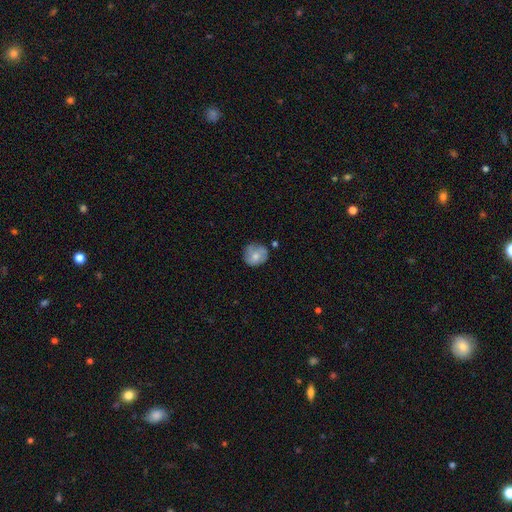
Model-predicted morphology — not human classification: smooth-or-featured: smooth: 59% | featured or disk: 33% | star or artifact: 8%
  how-rounded: round: 80% | in between: 19% | cigar-shaped: 1%
  merging: none: 63% | minor disturbance: 24% | major disturbance: 8% | merger: 5%